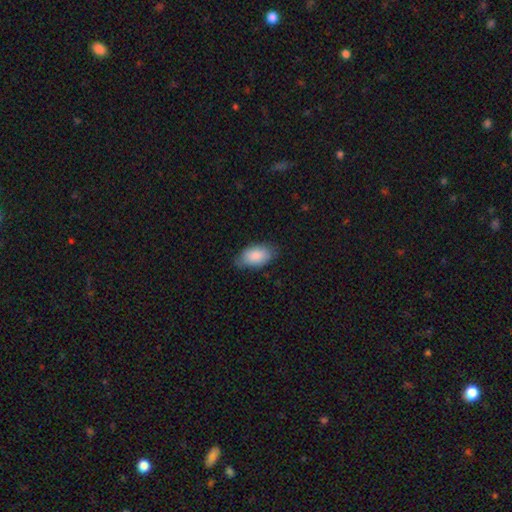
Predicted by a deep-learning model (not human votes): Q: Smooth or featured?
A: smooth (86%); runner-up: featured or disk (8%)
Q: How rounded?
A: in between (94%); runner-up: round (4%)
Q: Merging?
A: none (73%); runner-up: minor disturbance (22%)